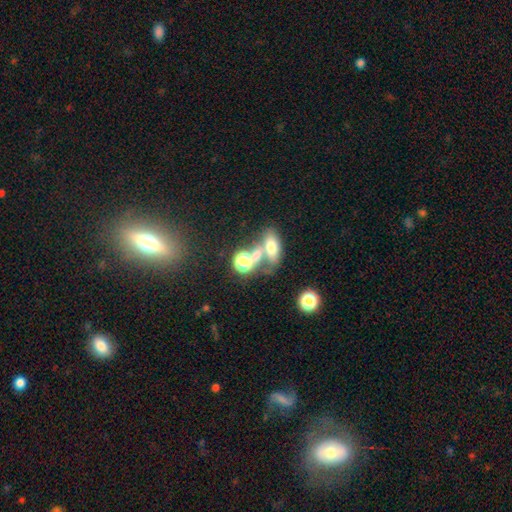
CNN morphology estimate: The model was most divided on "merging": none: 44%, merger: 37%, minor disturbance: 11%, major disturbance: 7%. Remaining: smooth or featured — smooth (44%).